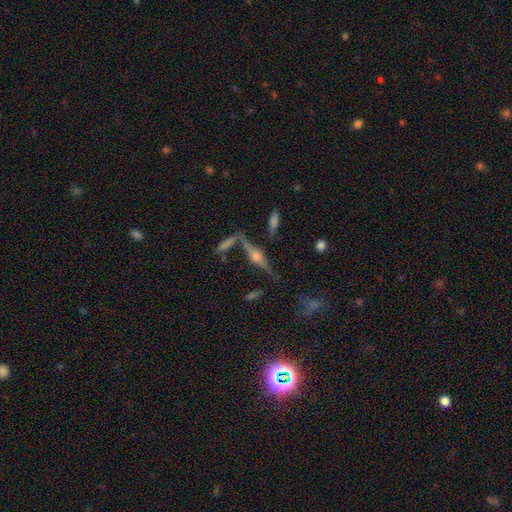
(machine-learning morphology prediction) Q: Smooth or featured?
A: featured or disk (78%); runner-up: smooth (12%)
Q: Edge-on disk?
A: yes (95%); runner-up: no (5%)
Q: Edge-on bulge?
A: rounded (91%); runner-up: boxy (6%)
Q: Merging?
A: none (75%); runner-up: minor disturbance (12%)